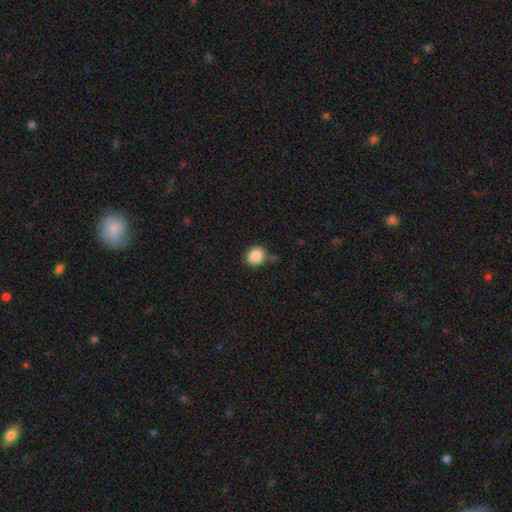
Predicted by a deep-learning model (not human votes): Smooth or featured?
  - smooth: 87% *
  - star or artifact: 9%
  - featured or disk: 4%
How rounded?
  - round: 89% *
  - in between: 10%
  - cigar-shaped: 1%
Merging?
  - none: 73% *
  - minor disturbance: 17%
  - merger: 5%
  - major disturbance: 4%